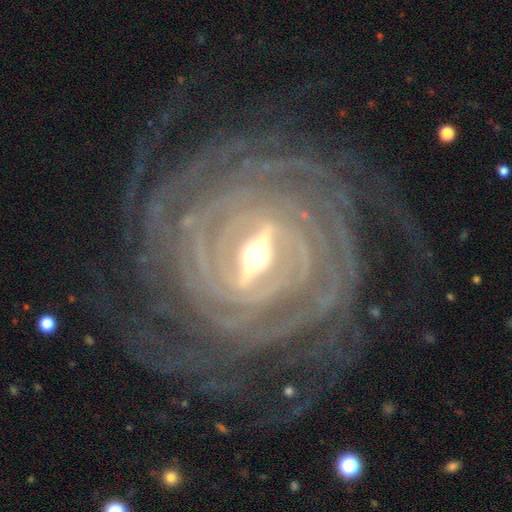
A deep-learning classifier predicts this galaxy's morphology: Smooth or featured? featured or disk (93%)
Edge-on disk? no (94%)
Bar? strong (71%)
Spiral arms? yes (98%)
Spiral winding? tight (86%)
Spiral arm count? more than 4 (34%)
Bulge size? moderate (61%)
Merging? none (78%)